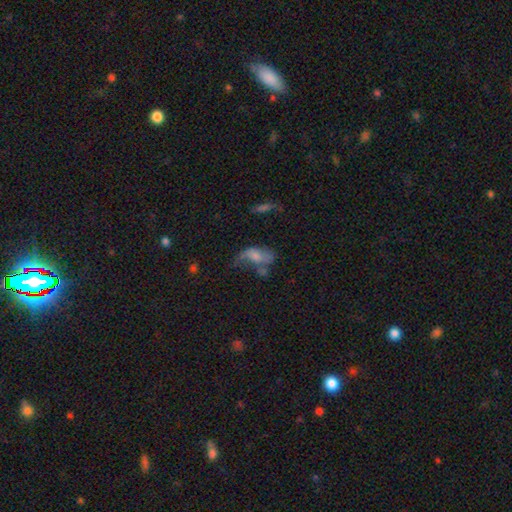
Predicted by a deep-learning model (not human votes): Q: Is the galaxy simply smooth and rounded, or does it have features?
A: smooth — 47%.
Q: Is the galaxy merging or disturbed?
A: major disturbance — 35%.